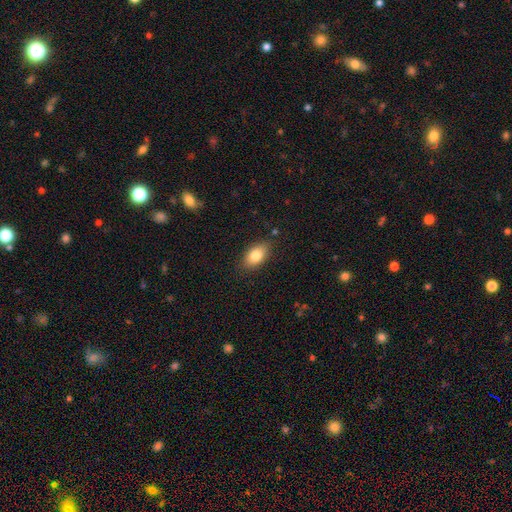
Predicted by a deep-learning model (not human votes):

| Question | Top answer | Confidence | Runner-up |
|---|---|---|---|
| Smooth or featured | smooth | 82% | featured or disk (11%) |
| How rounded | in between | 90% | round (8%) |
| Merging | none | 85% | minor disturbance (11%) |